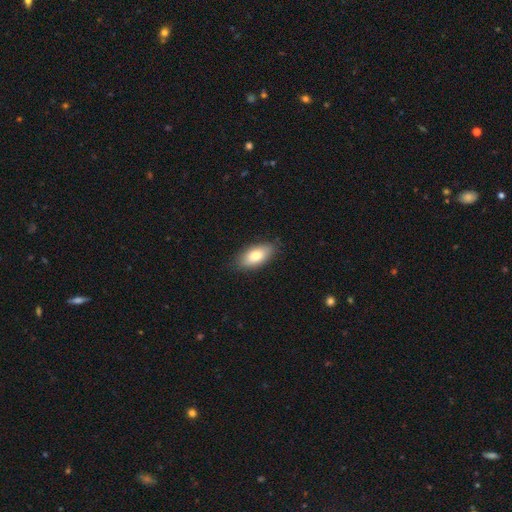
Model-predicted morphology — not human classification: Smooth or featured: smooth — 76% (featured or disk — 17%)
How rounded: in between — 88% (cigar-shaped — 8%)
Merging: none — 84% (minor disturbance — 13%)